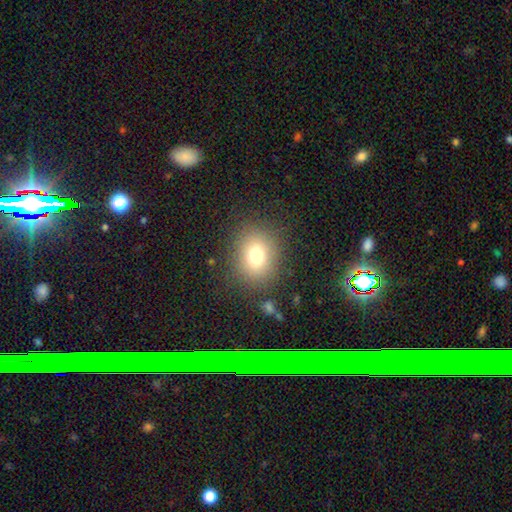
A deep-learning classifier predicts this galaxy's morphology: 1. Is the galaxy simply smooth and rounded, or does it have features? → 75% smooth, 14% star or artifact, 11% featured or disk.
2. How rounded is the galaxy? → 61% round, 38% in between, 1% cigar-shaped.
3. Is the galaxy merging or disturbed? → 83% none, 10% minor disturbance, 5% major disturbance, 2% merger.